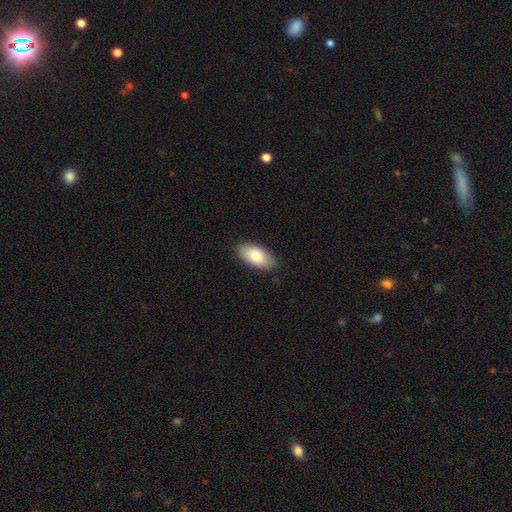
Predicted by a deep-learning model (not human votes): smooth-or-featured: smooth: 83% | featured or disk: 11% | star or artifact: 6%
  how-rounded: in between: 94% | cigar-shaped: 4% | round: 2%
  merging: none: 88% | minor disturbance: 10% | major disturbance: 2% | merger: 1%